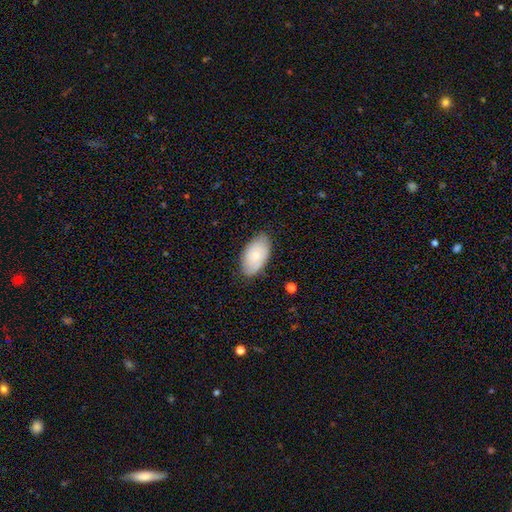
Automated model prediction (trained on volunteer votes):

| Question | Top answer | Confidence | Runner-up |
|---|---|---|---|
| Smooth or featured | smooth | 70% | featured or disk (23%) |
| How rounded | in between | 95% | round (4%) |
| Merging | none | 79% | minor disturbance (17%) |